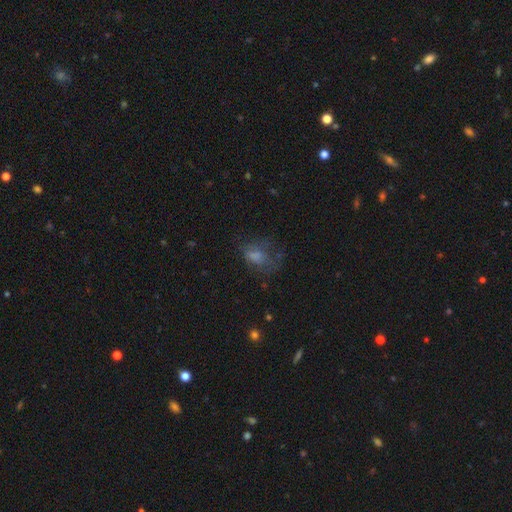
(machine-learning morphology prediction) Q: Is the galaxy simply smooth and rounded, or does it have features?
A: smooth — 52%.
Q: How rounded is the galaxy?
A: in between — 69%.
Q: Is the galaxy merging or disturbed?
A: none — 46%.